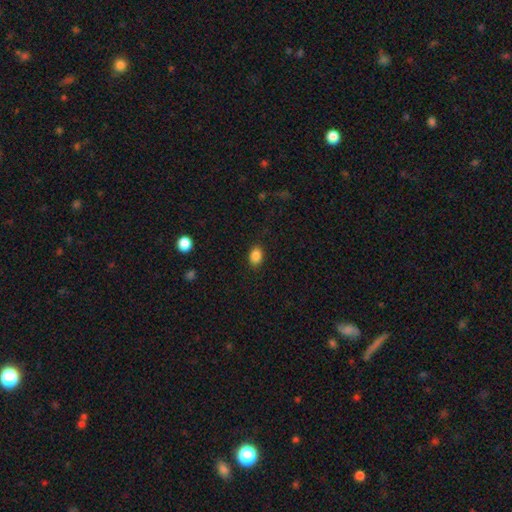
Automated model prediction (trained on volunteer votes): smooth_or_featured: smooth (p=0.87) [alt: star or artifact p=0.10]
how_rounded: in between (p=0.75) [alt: round p=0.24]
merging: none (p=0.87) [alt: minor disturbance p=0.09]